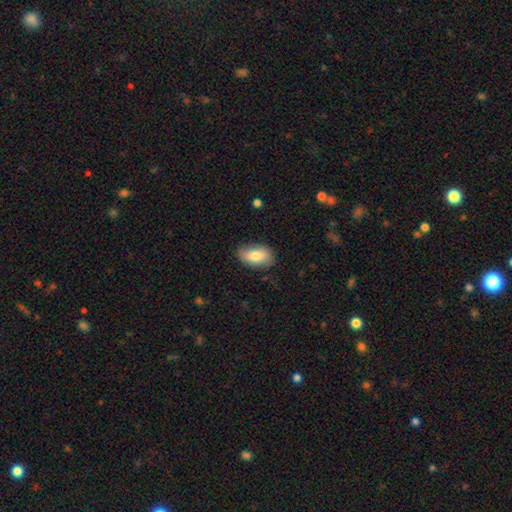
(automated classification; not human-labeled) A smooth galaxy with no disk features (79%) that is in between round and cigar-shaped (92%).

Vote fractions:
- Smooth or featured? smooth: 79% / featured or disk: 14% / star or artifact: 7%
- How rounded? in between: 92% / round: 6% / cigar-shaped: 3%
- Merging? none: 82% / minor disturbance: 14% / major disturbance: 3% / merger: 1%